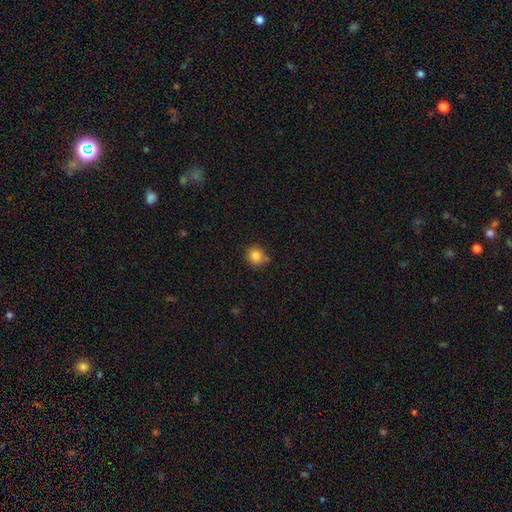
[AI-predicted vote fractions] This appears to be a smooth galaxy with no disk features (83%) that is round (89%). Merging: none (78%).